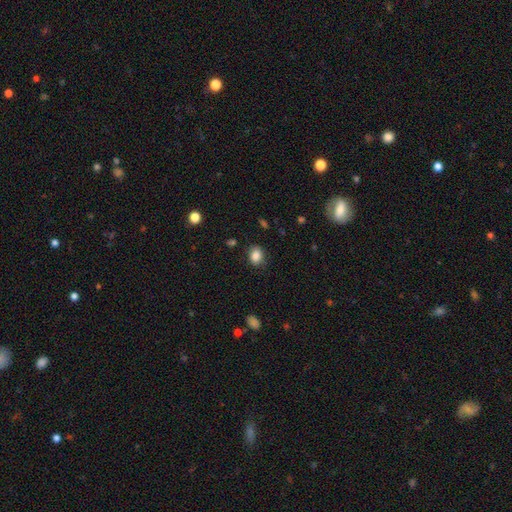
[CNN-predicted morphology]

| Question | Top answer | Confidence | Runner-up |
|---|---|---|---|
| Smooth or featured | smooth | 85% | star or artifact (10%) |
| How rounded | in between | 53% | round (46%) |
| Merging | none | 81% | minor disturbance (14%) |